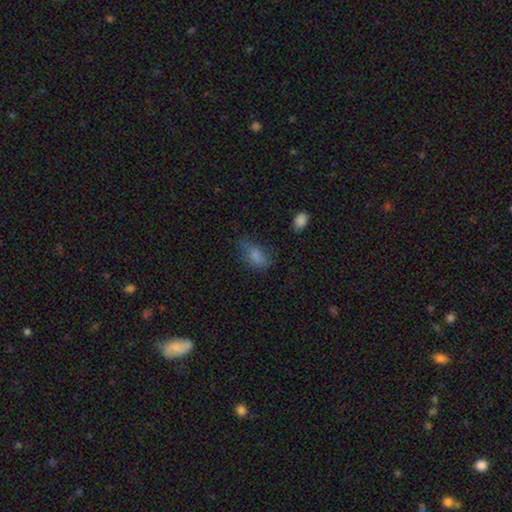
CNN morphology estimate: smooth-or-featured: smooth: 76% | star or artifact: 12% | featured or disk: 11%
  how-rounded: in between: 86% | round: 10% | cigar-shaped: 4%
  merging: none: 46% | minor disturbance: 33% | major disturbance: 18% | merger: 3%